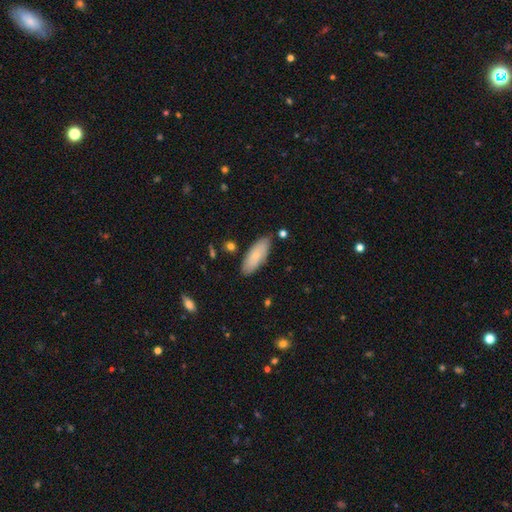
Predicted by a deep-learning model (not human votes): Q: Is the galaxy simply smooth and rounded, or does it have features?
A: smooth — 77%.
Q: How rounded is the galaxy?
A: in between — 70%.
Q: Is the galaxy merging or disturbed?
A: none — 84%.